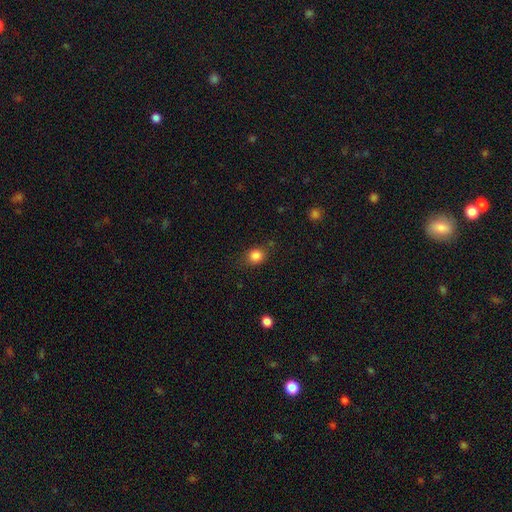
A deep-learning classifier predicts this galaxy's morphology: Smooth or featured?
  - smooth: 85% *
  - star or artifact: 11%
  - featured or disk: 5%
How rounded?
  - round: 71% *
  - in between: 28%
  - cigar-shaped: 1%
Merging?
  - none: 79% *
  - minor disturbance: 14%
  - major disturbance: 4%
  - merger: 2%